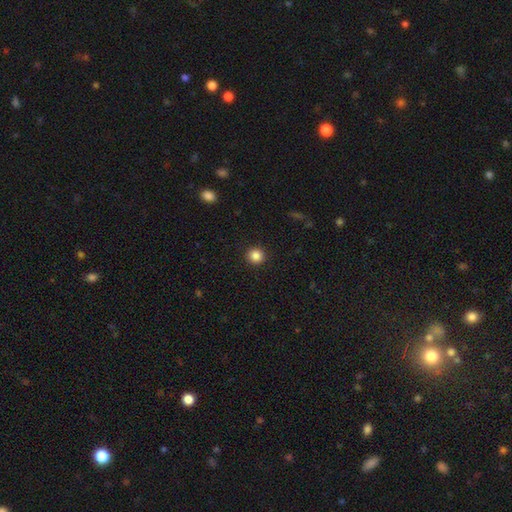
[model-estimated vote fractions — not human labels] Q: Smooth or featured?
A: smooth (86%); runner-up: star or artifact (11%)
Q: How rounded?
A: round (94%); runner-up: in between (5%)
Q: Merging?
A: none (93%); runner-up: minor disturbance (5%)